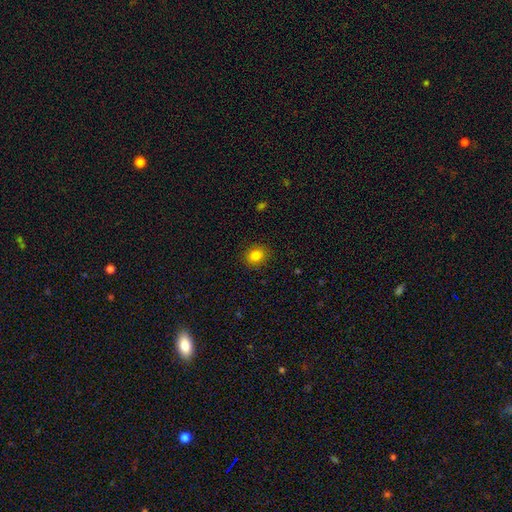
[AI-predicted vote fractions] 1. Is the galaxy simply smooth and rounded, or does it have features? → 83% smooth, 11% star or artifact, 6% featured or disk.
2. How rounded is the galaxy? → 66% round, 33% in between, 1% cigar-shaped.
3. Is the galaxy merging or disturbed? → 88% none, 8% minor disturbance, 2% major disturbance, 1% merger.